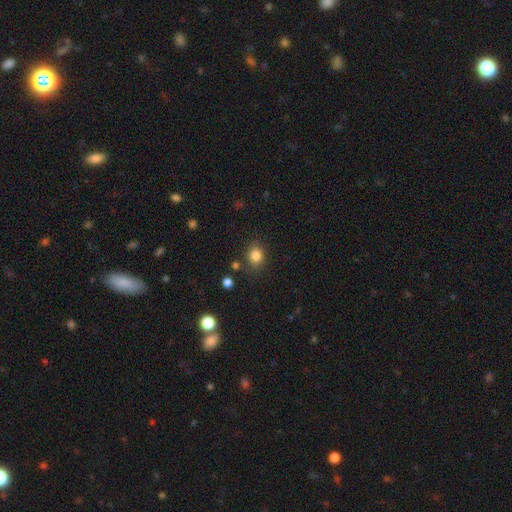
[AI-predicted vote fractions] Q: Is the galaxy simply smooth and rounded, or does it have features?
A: smooth — 83%.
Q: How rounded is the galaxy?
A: round — 65%.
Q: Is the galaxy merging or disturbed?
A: none — 82%.